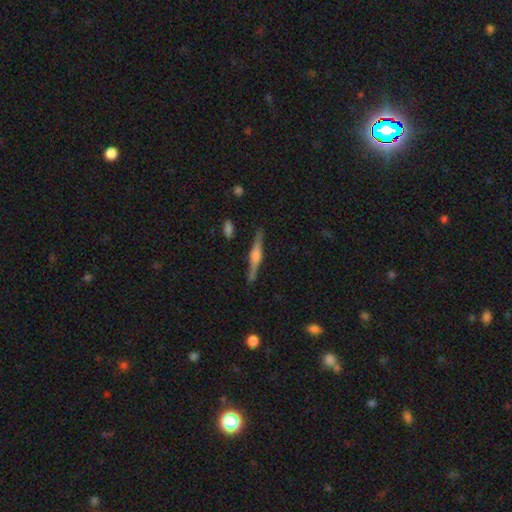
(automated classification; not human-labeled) This appears to be a featured or disk galaxy (75%) viewed edge-on (98%) with a rounded central bulge (79%). Merging: none (88%).